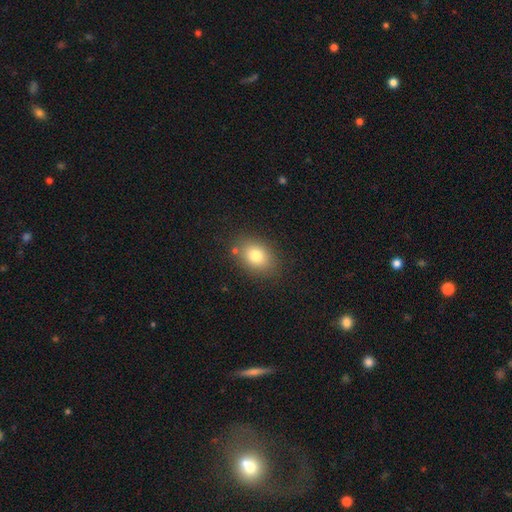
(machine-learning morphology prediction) Smooth or featured? Predicted: smooth (p=0.79). How rounded? Predicted: in between (p=0.72). Merging? Predicted: none (p=0.82).